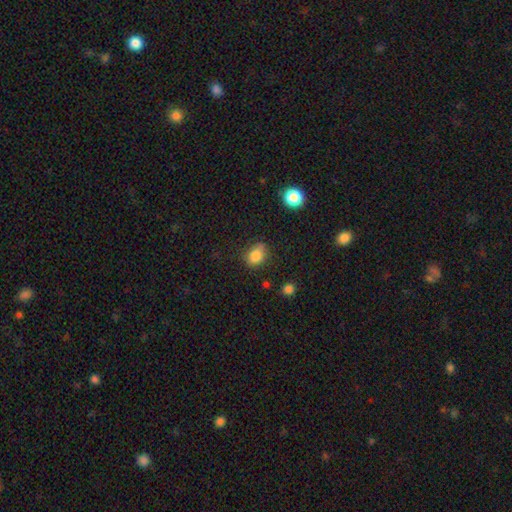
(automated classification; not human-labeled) This appears to be a smooth galaxy with no disk features (83%) that is in between round and cigar-shaped (60%). Merging: none (66%).